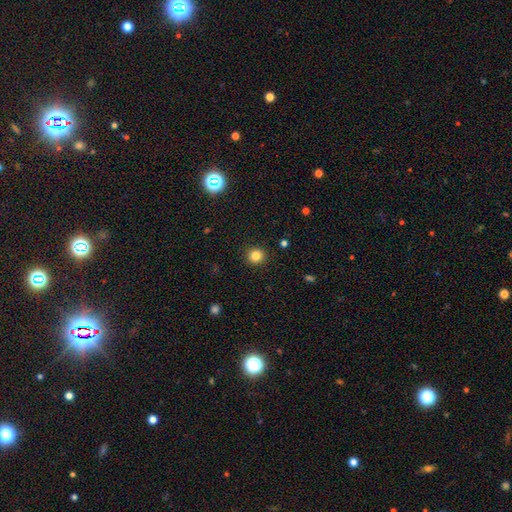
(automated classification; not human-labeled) smooth 84%, star or artifact 12%, featured or disk 5%. Down the decision tree: how rounded — round (92%); merging — none (92%).